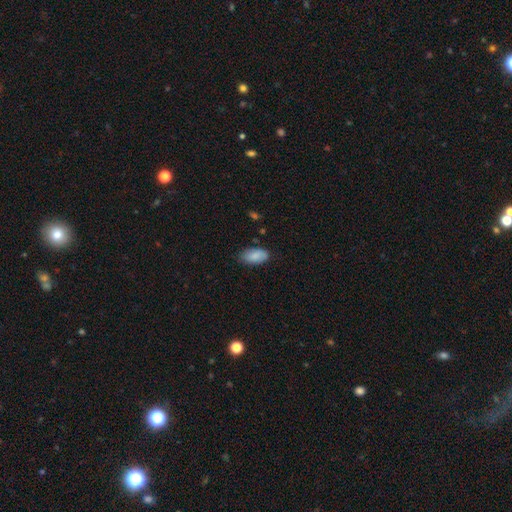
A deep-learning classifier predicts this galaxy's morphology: smooth 86%, featured or disk 7%, star or artifact 6%. Down the decision tree: how rounded — in between (94%); merging — none (74%).